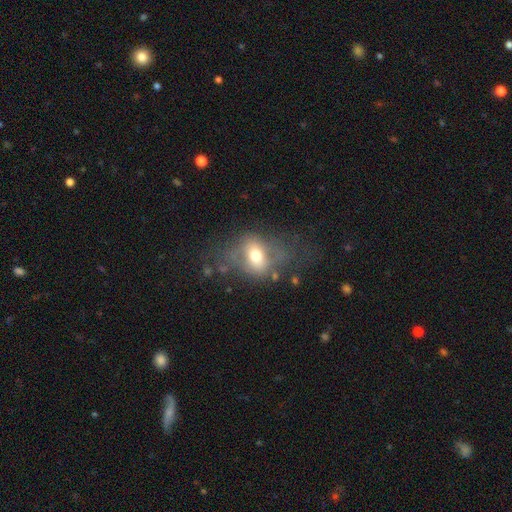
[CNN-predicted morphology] A smooth galaxy with no disk features (55%) that is in between round and cigar-shaped (68%).

Vote fractions:
- Smooth or featured? smooth: 55% / featured or disk: 35% / star or artifact: 10%
- How rounded? in between: 68% / round: 30% / cigar-shaped: 2%
- Merging? none: 44% / major disturbance: 28% / minor disturbance: 24% / merger: 4%